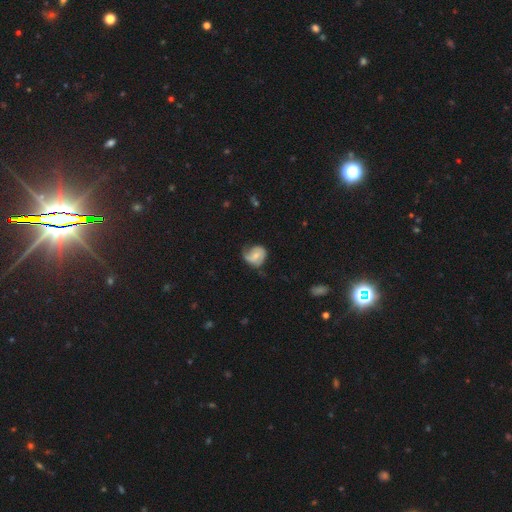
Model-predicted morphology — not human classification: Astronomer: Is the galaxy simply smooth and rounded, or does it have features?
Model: featured or disk — 55% (runner-up: smooth, 38%).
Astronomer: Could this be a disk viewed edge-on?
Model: no — 97%.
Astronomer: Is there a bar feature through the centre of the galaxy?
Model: no — 56% (runner-up: weak, 35%).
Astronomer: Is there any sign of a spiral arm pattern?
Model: yes — 83%.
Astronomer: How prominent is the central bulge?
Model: small — 50% (runner-up: moderate, 41%).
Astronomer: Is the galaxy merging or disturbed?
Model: none — 48% (runner-up: minor disturbance, 34%).